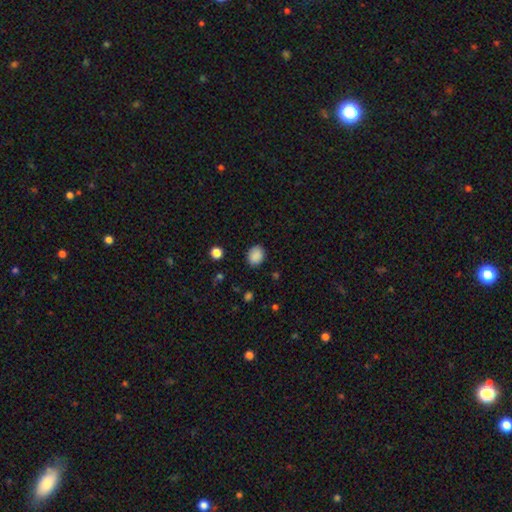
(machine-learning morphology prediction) type=smooth (88%); roundness=round (55%); merging=none (86%).